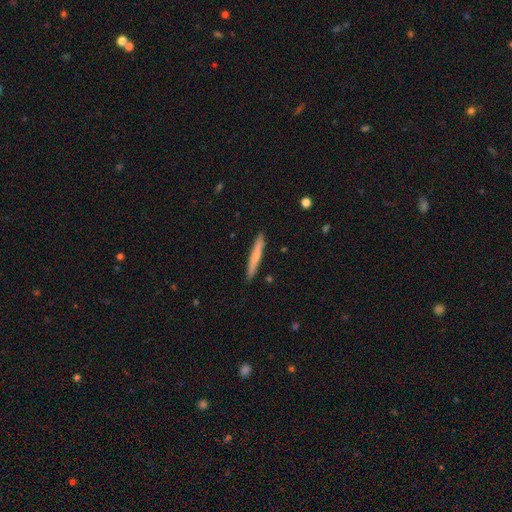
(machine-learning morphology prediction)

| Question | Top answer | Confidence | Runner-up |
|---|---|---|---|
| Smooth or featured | smooth | 67% | featured or disk (28%) |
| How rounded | cigar-shaped | 96% | in between (3%) |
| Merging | none | 90% | minor disturbance (7%) |